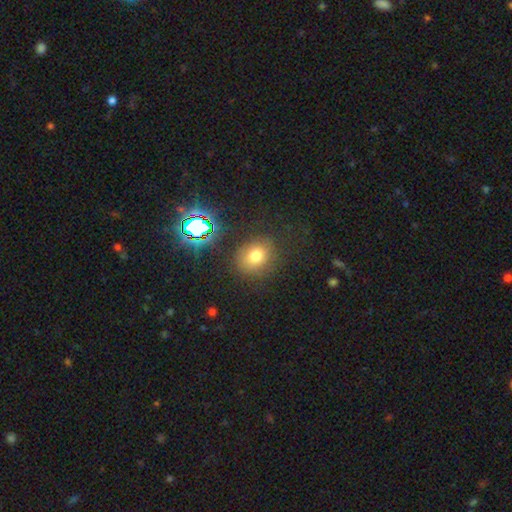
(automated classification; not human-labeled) This is likely a smooth galaxy (72%). How rounded: likely round (63%). Merging: likely none (79%).